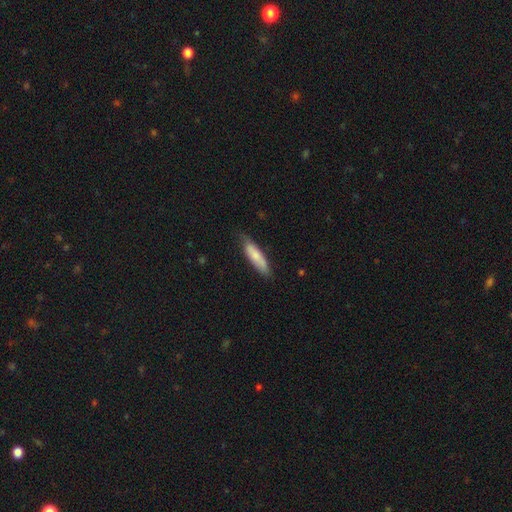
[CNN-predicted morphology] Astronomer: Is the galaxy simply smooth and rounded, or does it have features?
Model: smooth — 74%.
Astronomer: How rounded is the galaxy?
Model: cigar-shaped — 69%.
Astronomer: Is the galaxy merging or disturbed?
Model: none — 74%.